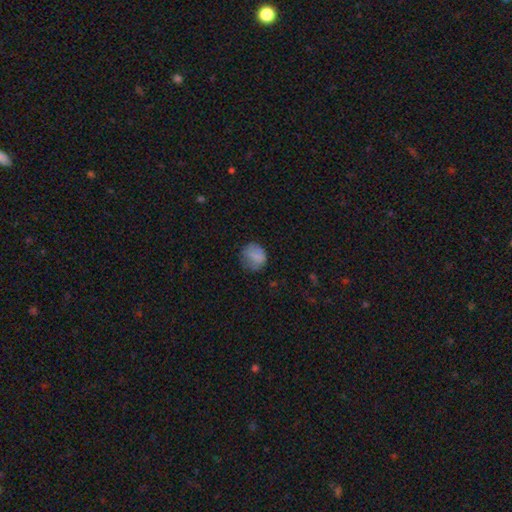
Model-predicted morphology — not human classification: smooth 79%, featured or disk 12%, star or artifact 10%. Down the decision tree: how rounded — round (75%); merging — none (60%).